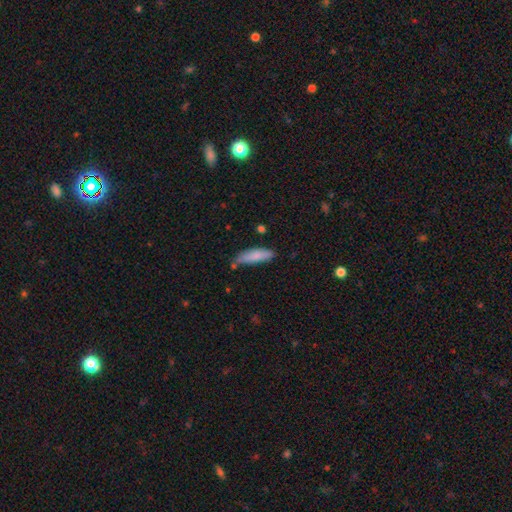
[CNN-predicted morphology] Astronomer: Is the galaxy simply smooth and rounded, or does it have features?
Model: smooth — 82%.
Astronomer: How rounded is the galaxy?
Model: cigar-shaped — 59% (runner-up: in between, 39%).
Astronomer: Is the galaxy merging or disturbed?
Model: none — 65%.